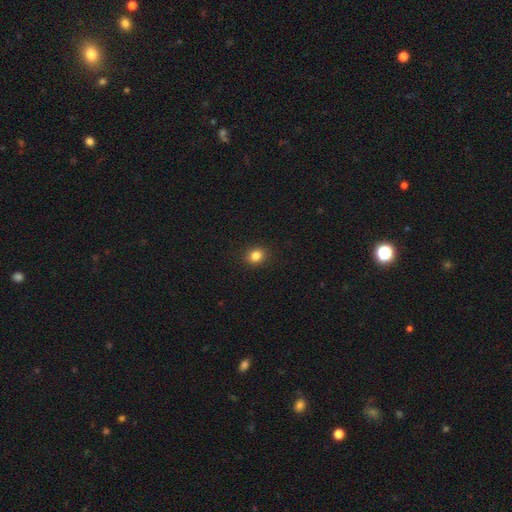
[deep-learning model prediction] Smooth or featured: smooth — 84% (star or artifact — 11%)
How rounded: round — 68% (in between — 31%)
Merging: none — 91% (minor disturbance — 6%)